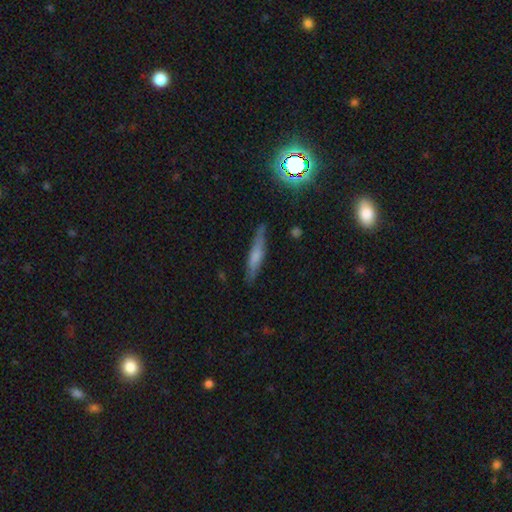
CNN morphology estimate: smooth-or-featured: smooth: 57% | featured or disk: 33% | star or artifact: 9%
  how-rounded: cigar-shaped: 87% | in between: 11% | round: 2%
  merging: none: 77% | minor disturbance: 17% | major disturbance: 4% | merger: 2%